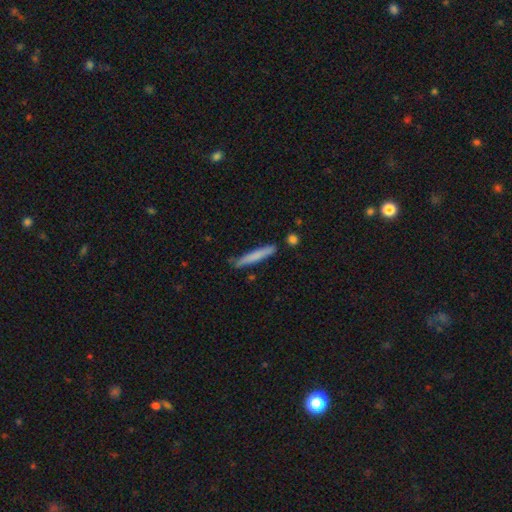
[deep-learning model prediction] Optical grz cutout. It shows a smooth galaxy with no disk features (72%) that is cigar-shaped (95%). Merging: none (82%).